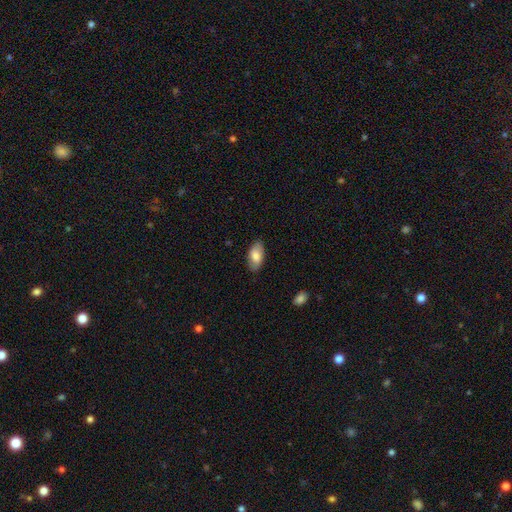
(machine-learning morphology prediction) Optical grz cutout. It shows a smooth galaxy with no disk features (78%) that is in between round and cigar-shaped (94%). Merging: none (85%).